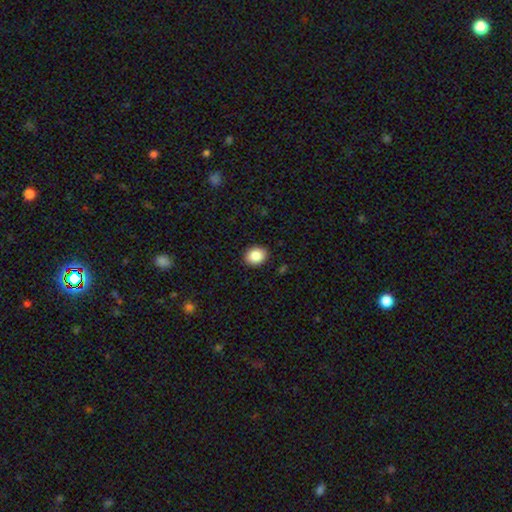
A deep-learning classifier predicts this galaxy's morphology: A smooth galaxy with no disk features (86%) that is round (51%). Merging: none (91%).